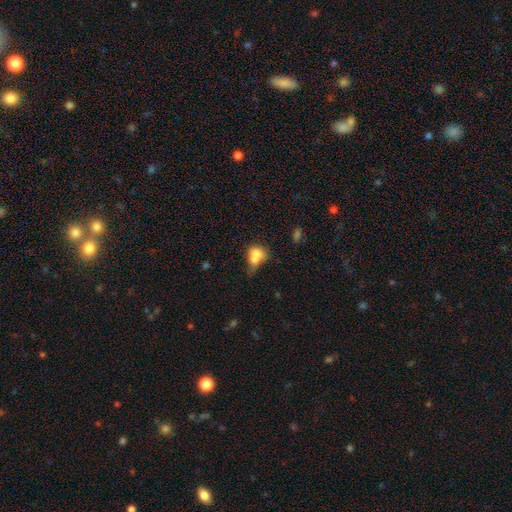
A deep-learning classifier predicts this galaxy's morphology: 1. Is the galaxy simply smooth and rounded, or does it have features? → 74% smooth, 15% featured or disk, 11% star or artifact.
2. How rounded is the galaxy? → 70% in between, 27% round, 3% cigar-shaped.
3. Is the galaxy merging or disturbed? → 31% merger, 25% minor disturbance, 23% none, 21% major disturbance.